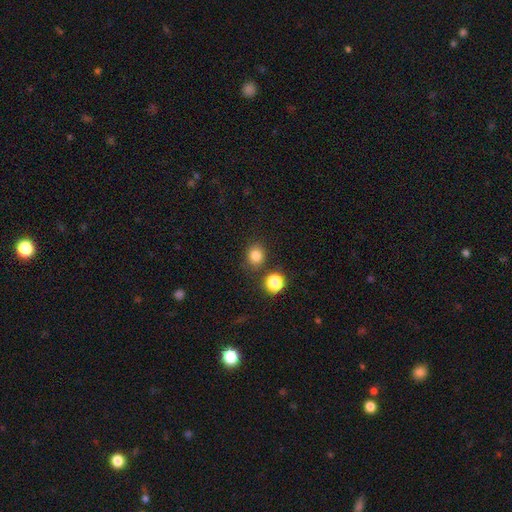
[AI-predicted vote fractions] A smooth galaxy with no disk features (82%) that is round (79%).

Vote fractions:
- Smooth or featured? smooth: 82% / star or artifact: 13% / featured or disk: 5%
- How rounded? round: 79% / in between: 20% / cigar-shaped: 1%
- Merging? none: 79% / minor disturbance: 9% / merger: 8% / major disturbance: 3%